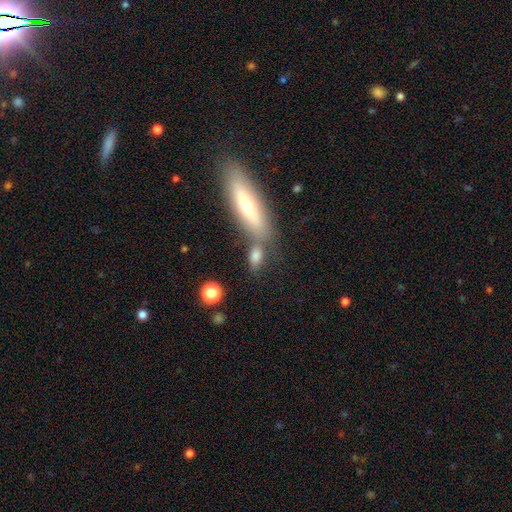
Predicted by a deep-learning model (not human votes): smooth_or_featured: smooth (p=0.76) [alt: featured or disk p=0.14]
how_rounded: in between (p=0.71) [alt: cigar-shaped p=0.19]
merging: none (p=0.54) [alt: merger p=0.28]